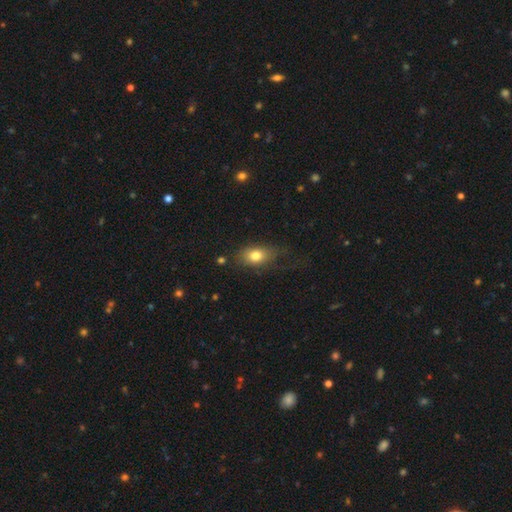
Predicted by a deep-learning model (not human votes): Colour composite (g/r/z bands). It shows a smooth galaxy with no disk features (78%) that is in between round and cigar-shaped (80%). Merging: none (55%).